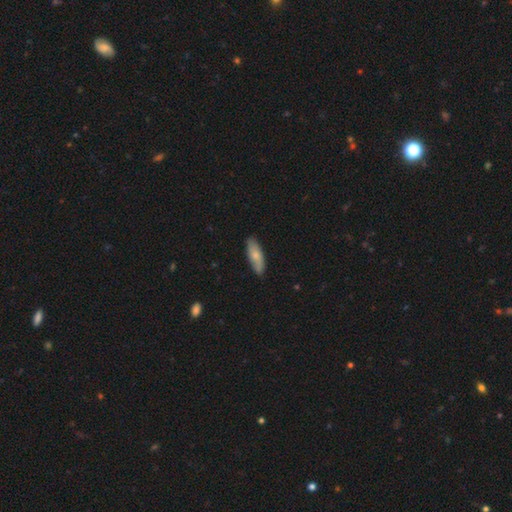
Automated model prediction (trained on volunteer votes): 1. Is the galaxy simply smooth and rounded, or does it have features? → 72% smooth, 22% featured or disk, 5% star or artifact.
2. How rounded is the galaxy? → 62% in between, 36% cigar-shaped, 2% round.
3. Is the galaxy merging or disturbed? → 83% none, 14% minor disturbance, 2% major disturbance, 1% merger.